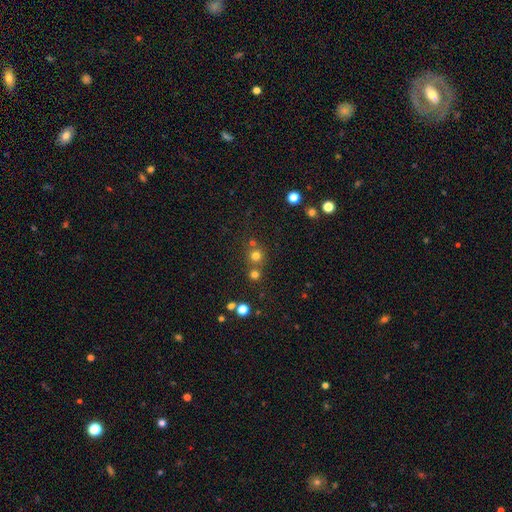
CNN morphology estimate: Q: Smooth or featured?
A: smooth (72%); runner-up: star or artifact (21%)
Q: How rounded?
A: round (92%); runner-up: in between (7%)
Q: Merging?
A: none (69%); runner-up: merger (21%)